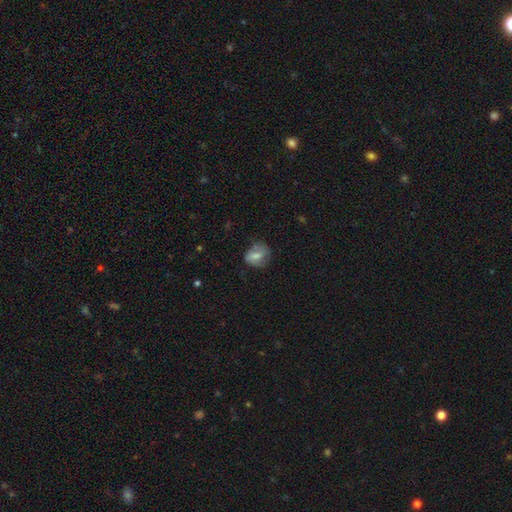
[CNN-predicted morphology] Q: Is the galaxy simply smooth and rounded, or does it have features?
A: smooth — 64%.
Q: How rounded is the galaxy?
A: round — 51%.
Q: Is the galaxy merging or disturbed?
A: none — 55%.